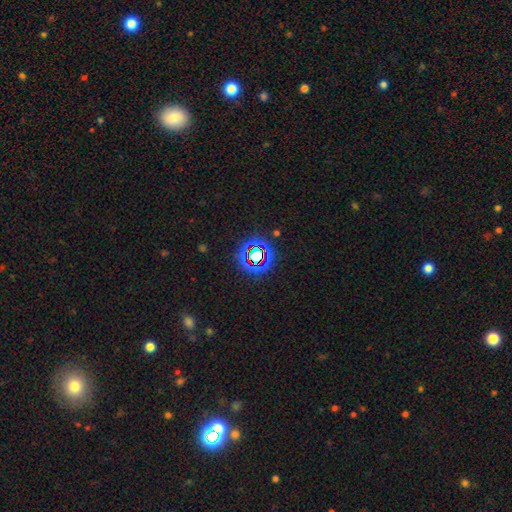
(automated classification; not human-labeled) A star or artifact, not a galaxy (71%).

Vote fractions:
- Smooth or featured? star or artifact: 71% / smooth: 19% / featured or disk: 10%